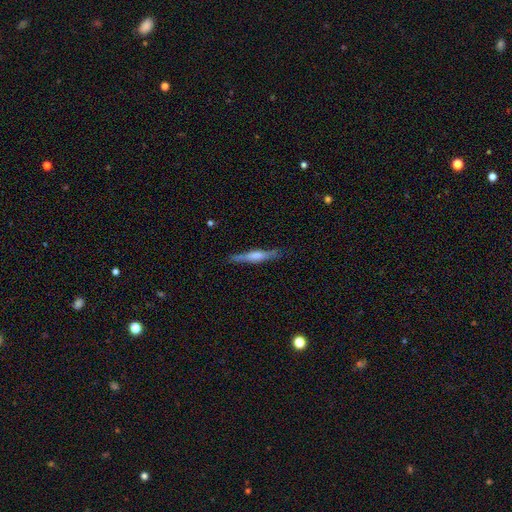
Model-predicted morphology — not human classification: type=featured or disk (53%); edge-on=yes (95%); edge-on bulge=rounded (53%); merging=none (84%).